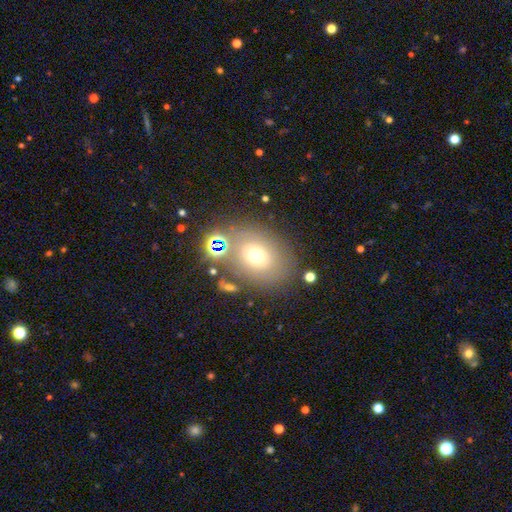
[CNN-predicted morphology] The model was most divided on "how rounded": in between: 58%, round: 41%, cigar-shaped: 1%. More confident: merging — none (71%); smooth or featured — smooth (62%).